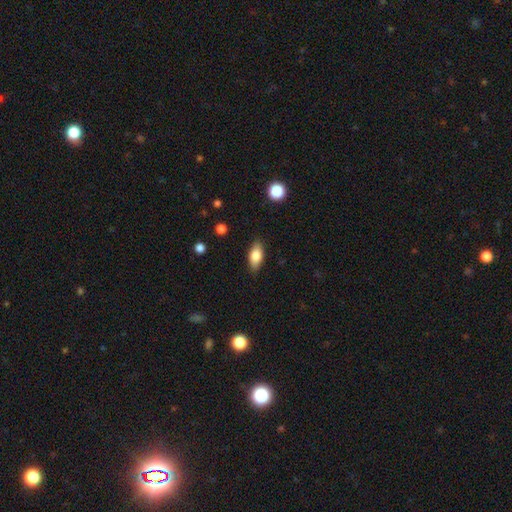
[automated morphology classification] Smooth or featured: smooth — 79% (featured or disk — 14%)
How rounded: in between — 87% (cigar-shaped — 9%)
Merging: none — 86% (minor disturbance — 10%)